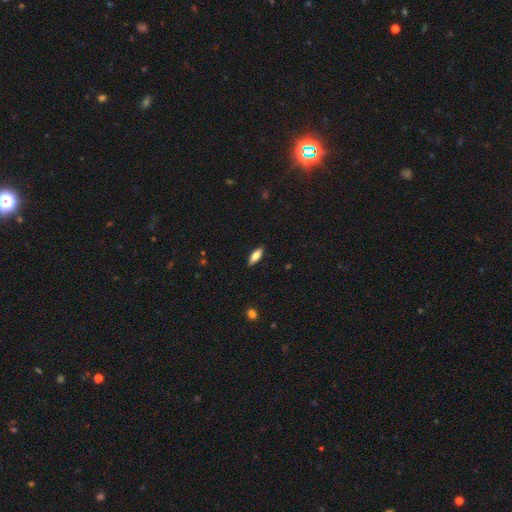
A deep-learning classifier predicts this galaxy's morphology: Overall: smooth (74%). How rounded: in between (65%; cigar-shaped 33%). Merging: none (88%).